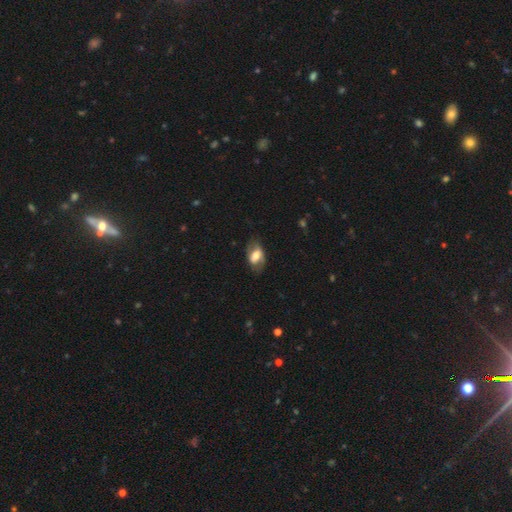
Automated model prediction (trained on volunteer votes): Overall: smooth (55%; featured or disk 38%). How rounded: in between (89%). Merging: none (68%).